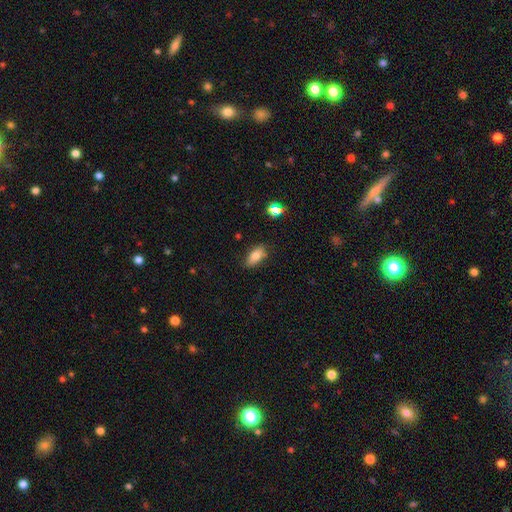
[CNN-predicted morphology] Q: Smooth or featured?
A: smooth (78%); runner-up: featured or disk (12%)
Q: How rounded?
A: in between (84%); runner-up: cigar-shaped (11%)
Q: Merging?
A: none (79%); runner-up: minor disturbance (16%)